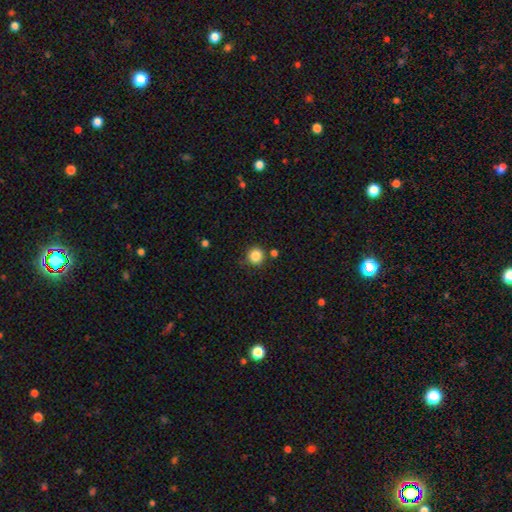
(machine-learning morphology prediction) A smooth galaxy with no disk features (85%) that is round (94%). Merging: none (84%).